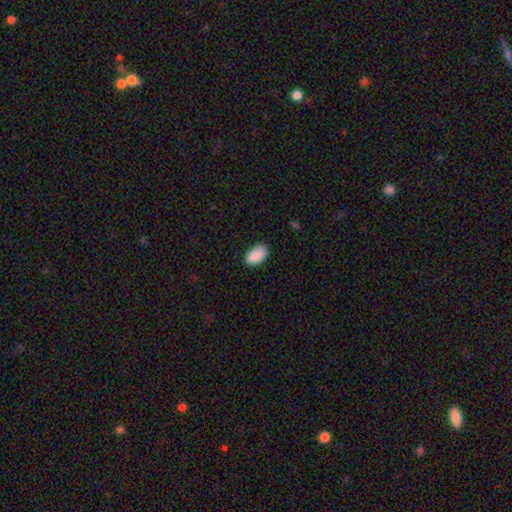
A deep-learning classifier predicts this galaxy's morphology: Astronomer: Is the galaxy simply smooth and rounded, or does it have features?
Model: smooth — 90%.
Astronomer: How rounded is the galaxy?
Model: in between — 94%.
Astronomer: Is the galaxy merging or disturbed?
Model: none — 84%.